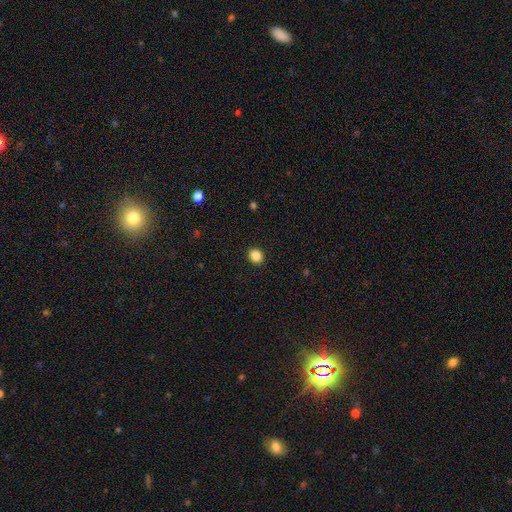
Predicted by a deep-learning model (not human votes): A smooth galaxy with no disk features (86%) that is round (67%).

Vote fractions:
- Smooth or featured? smooth: 86% / star or artifact: 10% / featured or disk: 4%
- How rounded? round: 67% / in between: 33% / cigar-shaped: 1%
- Merging? none: 92% / minor disturbance: 5% / major disturbance: 2% / merger: 1%